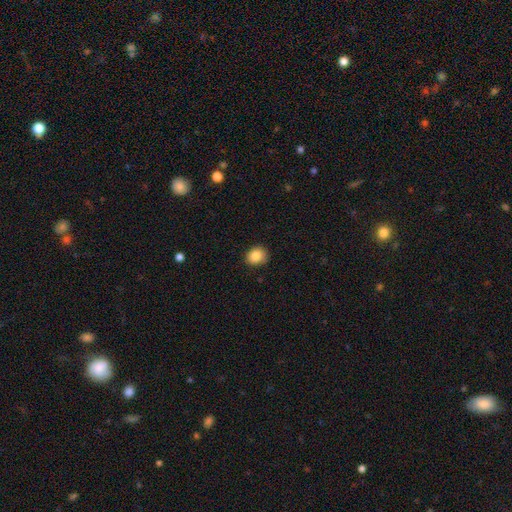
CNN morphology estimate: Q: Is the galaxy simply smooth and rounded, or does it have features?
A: smooth — 85%.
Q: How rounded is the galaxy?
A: round — 67%.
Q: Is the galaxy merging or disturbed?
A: none — 84%.